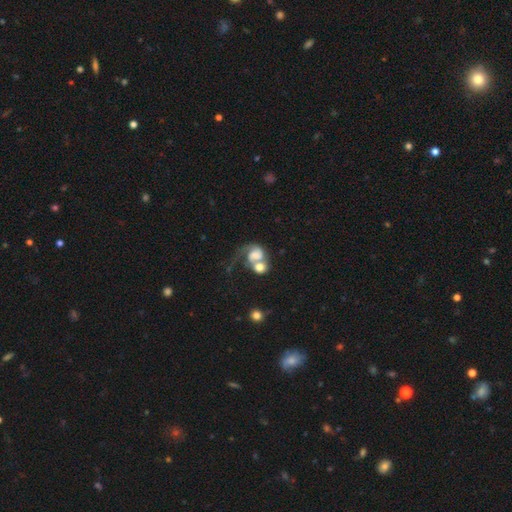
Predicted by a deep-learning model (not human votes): Smooth or featured?
  - featured or disk: 48% *
  - smooth: 42%
  - star or artifact: 10%
Merging?
  - merger: 58% *
  - major disturbance: 22%
  - none: 13%
  - minor disturbance: 7%